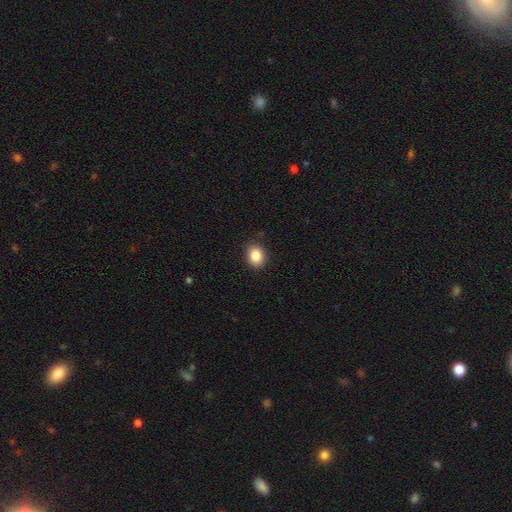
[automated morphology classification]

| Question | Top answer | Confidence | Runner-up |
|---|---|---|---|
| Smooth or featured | smooth | 86% | star or artifact (9%) |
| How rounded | round | 59% | in between (40%) |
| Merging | none | 88% | minor disturbance (8%) |